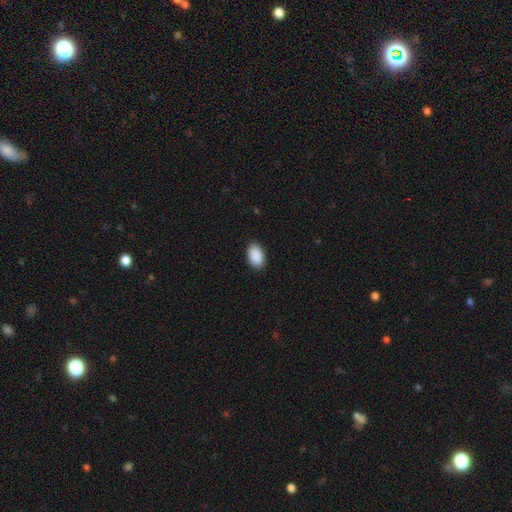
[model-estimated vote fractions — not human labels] A smooth galaxy with no disk features (91%) that is in between round and cigar-shaped (94%). Merging: none (89%).